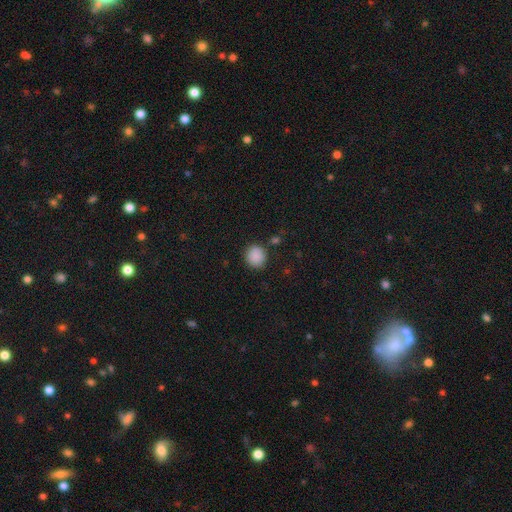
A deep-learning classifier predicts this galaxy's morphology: Overall: smooth (88%). How rounded: round (87%). Merging: none (85%).